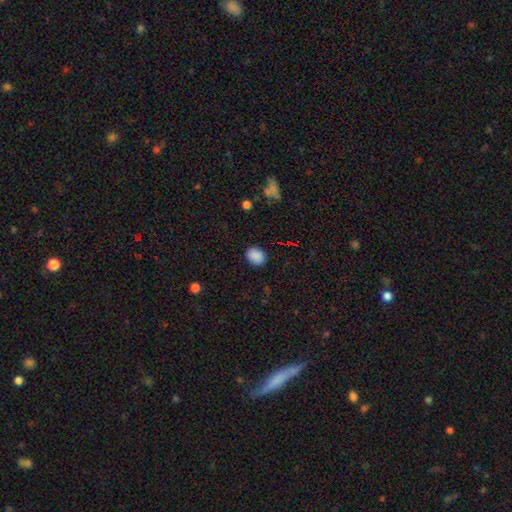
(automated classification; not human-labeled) Q: Smooth or featured?
A: smooth (87%); runner-up: star or artifact (10%)
Q: How rounded?
A: round (50%); runner-up: in between (49%)
Q: Merging?
A: none (87%); runner-up: minor disturbance (9%)